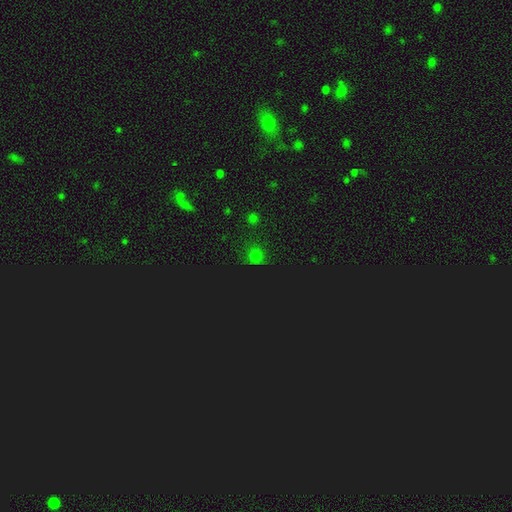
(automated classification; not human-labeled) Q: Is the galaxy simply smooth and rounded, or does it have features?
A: smooth — 52%.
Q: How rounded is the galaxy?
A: round — 84%.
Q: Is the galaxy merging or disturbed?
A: none — 75%.